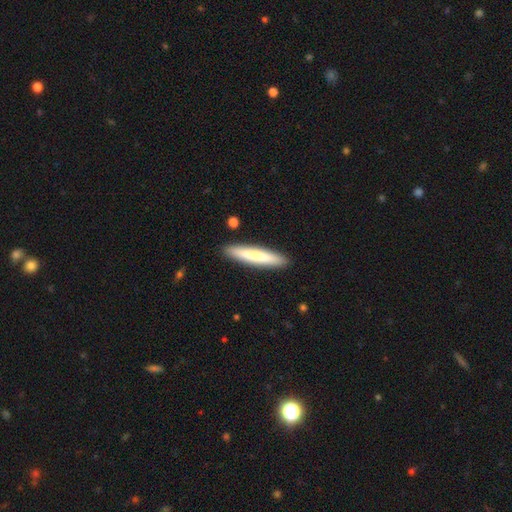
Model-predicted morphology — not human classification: A smooth galaxy with no disk features (73%) that is cigar-shaped (91%).

Vote fractions:
- Smooth or featured? smooth: 73% / featured or disk: 22% / star or artifact: 5%
- How rounded? cigar-shaped: 91% / in between: 8% / round: 1%
- Merging? none: 90% / minor disturbance: 7% / major disturbance: 1% / merger: 1%